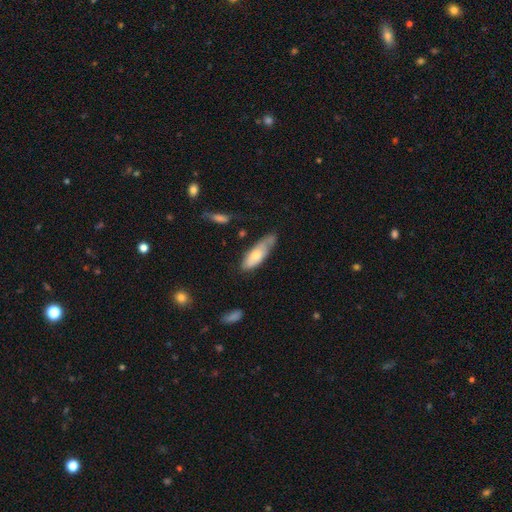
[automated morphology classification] The model was most divided on "merging": none: 47%, minor disturbance: 36%, major disturbance: 12%, merger: 5%. More confident: smooth or featured — smooth (62%); how rounded — in between (62%).